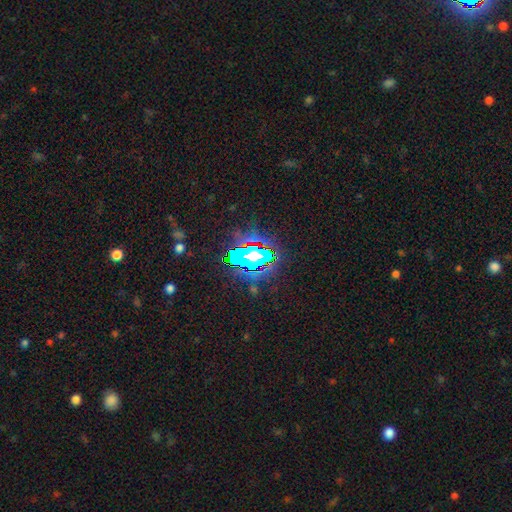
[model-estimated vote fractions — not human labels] Morphology: type=star or artifact (70%).